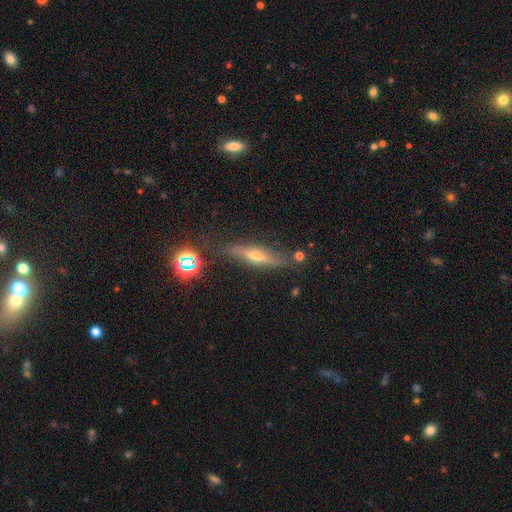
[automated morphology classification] featured or disk 65%, smooth 23%, star or artifact 12%. Down the decision tree: edge-on disk — yes (89%); edge-on bulge — rounded (85%); merging — none (77%).